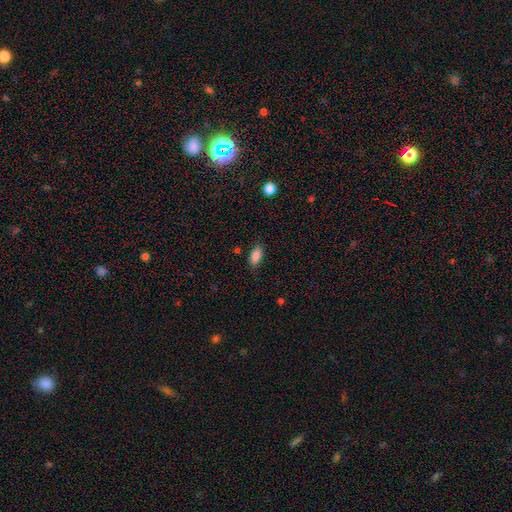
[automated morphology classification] smooth-or-featured: smooth: 85% | star or artifact: 8% | featured or disk: 7%
  how-rounded: in between: 89% | cigar-shaped: 8% | round: 3%
  merging: none: 84% | minor disturbance: 12% | major disturbance: 3% | merger: 1%